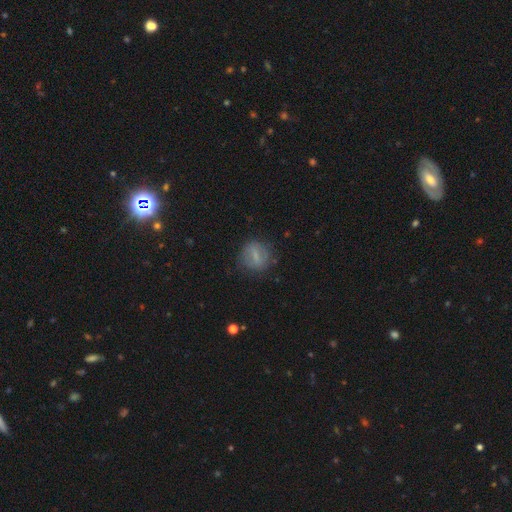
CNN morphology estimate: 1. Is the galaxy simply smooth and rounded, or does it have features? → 55% smooth, 36% featured or disk, 9% star or artifact.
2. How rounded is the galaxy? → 72% round, 26% in between, 3% cigar-shaped.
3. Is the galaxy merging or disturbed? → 76% none, 16% minor disturbance, 7% major disturbance, 2% merger.